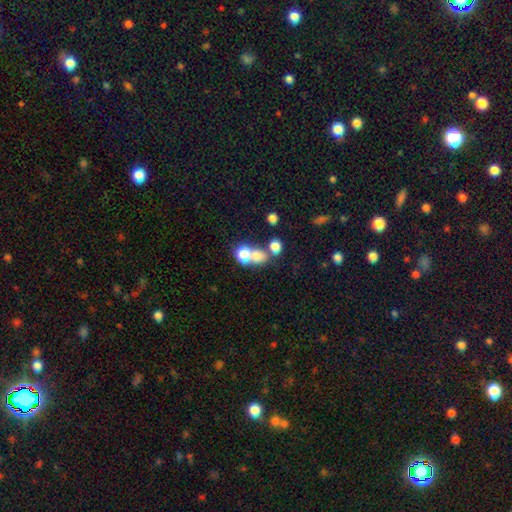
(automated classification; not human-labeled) Q: Smooth or featured?
A: smooth (71%); runner-up: star or artifact (15%)
Q: How rounded?
A: round (56%); runner-up: in between (42%)
Q: Merging?
A: merger (55%); runner-up: none (32%)